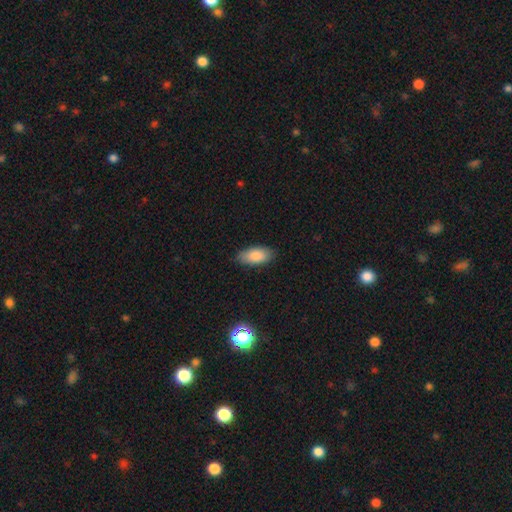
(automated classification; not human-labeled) This appears to be a smooth galaxy with no disk features (85%) that is in between round and cigar-shaped (90%). Merging: none (85%).